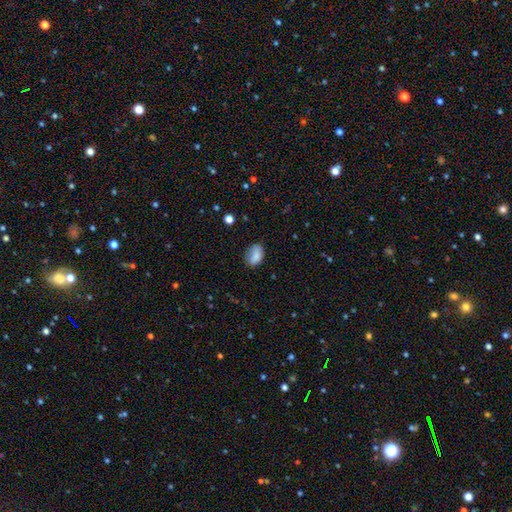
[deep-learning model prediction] Smooth or featured? smooth (85%)
How rounded? in between (83%)
Merging? none (70%)